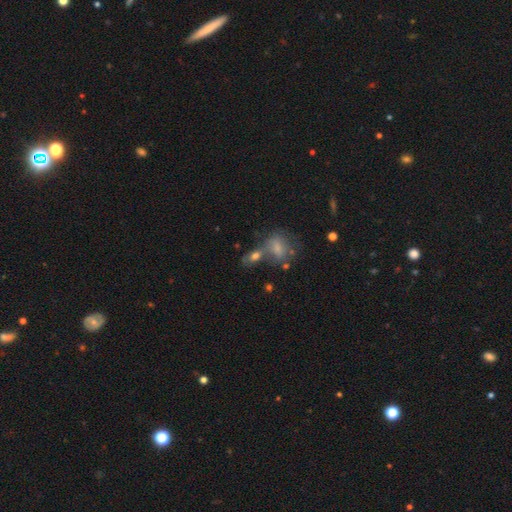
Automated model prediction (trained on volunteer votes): smooth_or_featured: smooth (p=0.54) [alt: featured or disk p=0.26]
how_rounded: in between (p=0.65) [alt: round p=0.29]
merging: none (p=0.40) [alt: merger p=0.34]